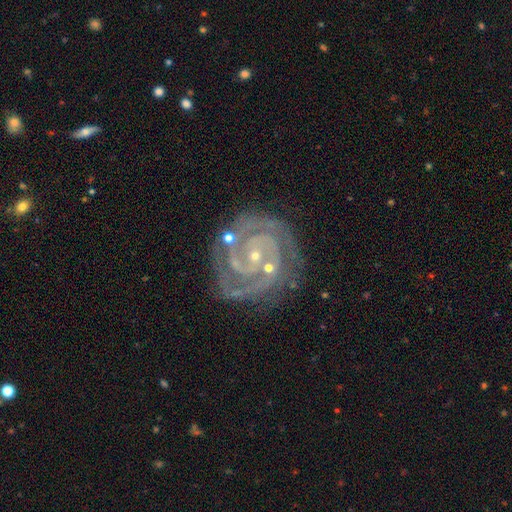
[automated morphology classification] This is clearly a featured or disk galaxy (91%). It is clearly not viewed edge-on (98%). Bar: possibly no (57%). Spiral arm pattern: clearly yes (99%). Spiral arm count: possibly 2 (53%). Spiral winding: likely tight (79%). Central bulge: clearly small (83%). Merging: likely none (75%).